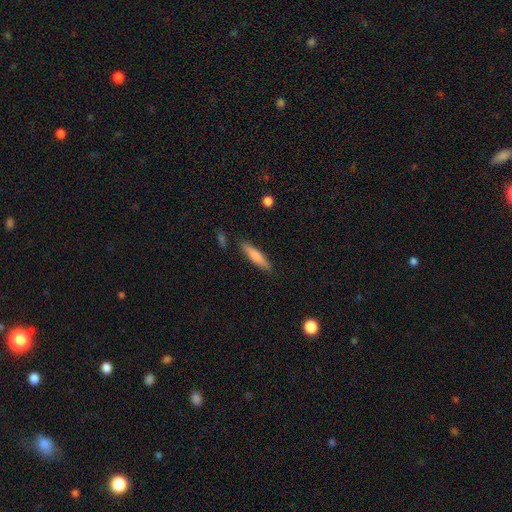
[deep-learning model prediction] The model was most divided on "smooth or featured": smooth: 74%, featured or disk: 20%, star or artifact: 6%. More confident: merging — none (85%); how rounded — cigar-shaped (82%).